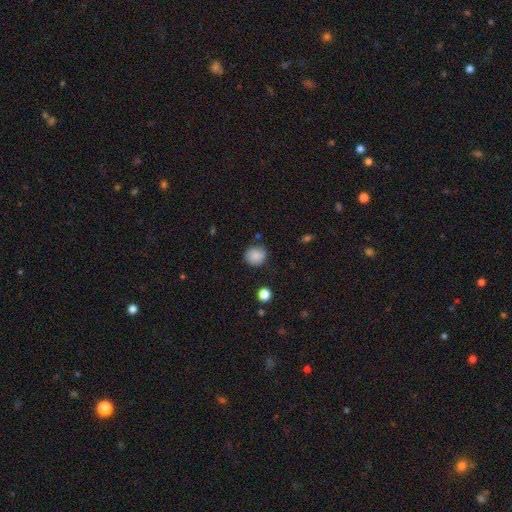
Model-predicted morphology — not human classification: Smooth or featured? Predicted: smooth (p=0.83). How rounded? Predicted: round (p=0.88). Merging? Predicted: none (p=0.75).